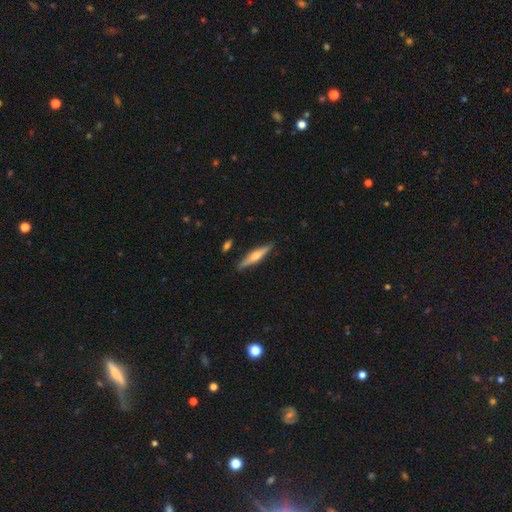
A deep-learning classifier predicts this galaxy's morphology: featured or disk 62%, smooth 32%, star or artifact 6%. Down the decision tree: edge-on disk — yes (97%); edge-on bulge — rounded (90%); merging — none (89%).